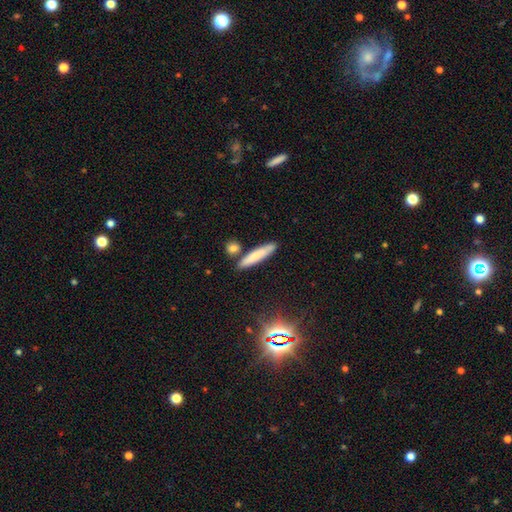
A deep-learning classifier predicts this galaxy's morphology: A smooth galaxy with no disk features (73%) that is cigar-shaped (86%). Merging: none (79%).